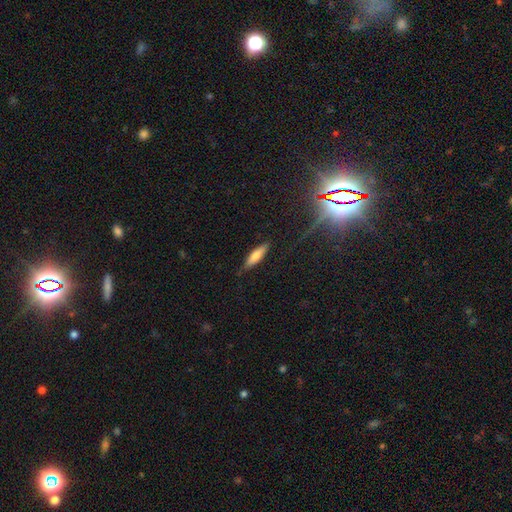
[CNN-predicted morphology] The model was most divided on "how rounded": cigar-shaped: 69%, in between: 30%, round: 2%. More confident: merging — none (84%); smooth or featured — smooth (66%).